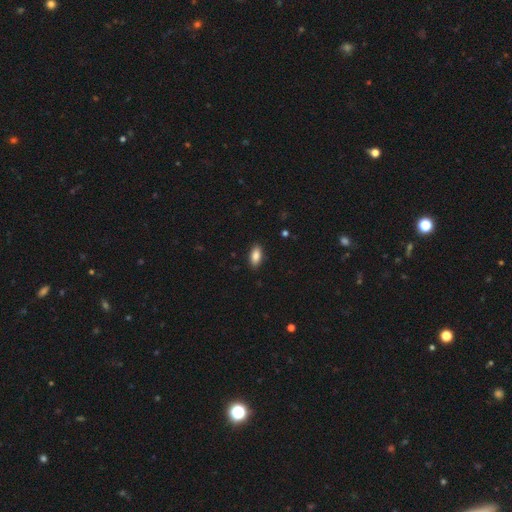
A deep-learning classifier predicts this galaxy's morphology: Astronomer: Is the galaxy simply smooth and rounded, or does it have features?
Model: smooth — 87%.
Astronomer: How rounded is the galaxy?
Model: in between — 89%.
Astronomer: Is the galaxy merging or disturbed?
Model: none — 88%.